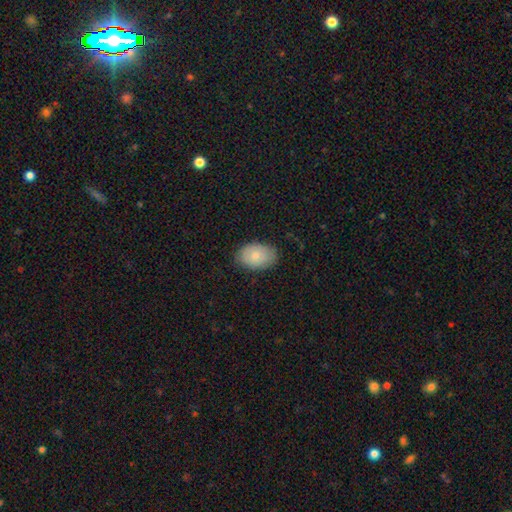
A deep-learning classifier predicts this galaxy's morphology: The model was most divided on "merging": none: 80%, minor disturbance: 16%, major disturbance: 3%, merger: 1%. More confident: how rounded — in between (88%); smooth or featured — smooth (80%).